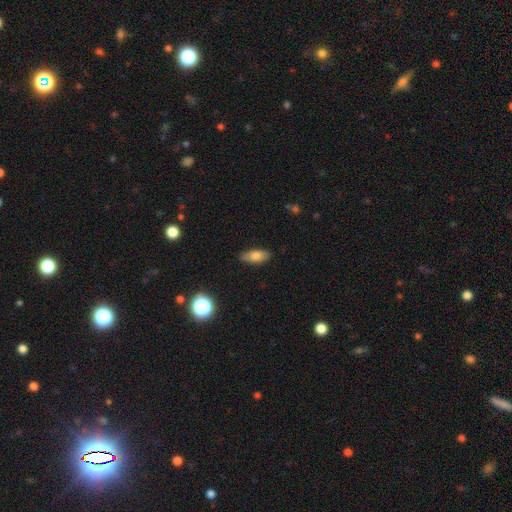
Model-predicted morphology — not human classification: Overall: smooth (76%). How rounded: in between (83%). Merging: none (85%).